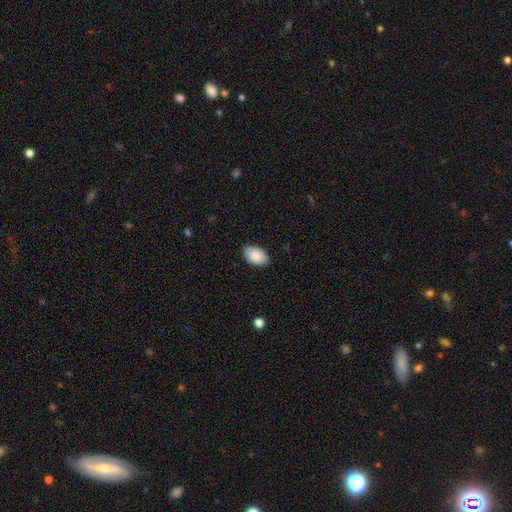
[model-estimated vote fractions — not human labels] smooth-or-featured: smooth: 89% | star or artifact: 6% | featured or disk: 5%
  how-rounded: in between: 93% | round: 6% | cigar-shaped: 1%
  merging: none: 87% | minor disturbance: 10% | major disturbance: 2% | merger: 1%